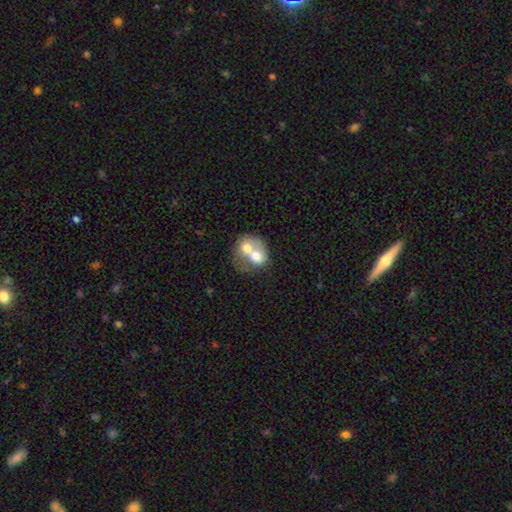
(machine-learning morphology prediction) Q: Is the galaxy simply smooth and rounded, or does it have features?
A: smooth — 60%.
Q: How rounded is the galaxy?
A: round — 57%.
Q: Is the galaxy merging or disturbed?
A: merger — 78%.